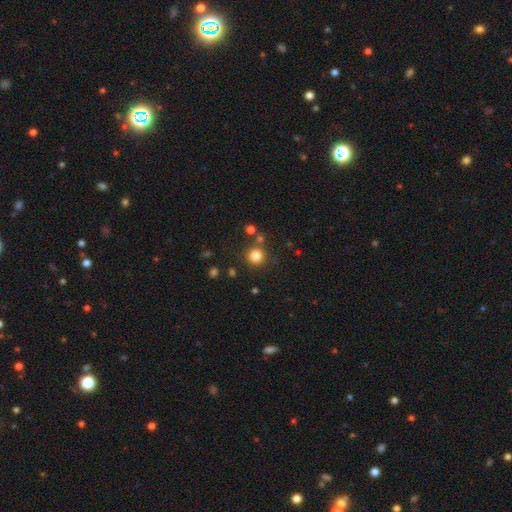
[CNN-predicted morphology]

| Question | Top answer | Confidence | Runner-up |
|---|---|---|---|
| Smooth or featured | smooth | 81% | star or artifact (14%) |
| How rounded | round | 94% | in between (6%) |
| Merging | none | 81% | merger (8%) |